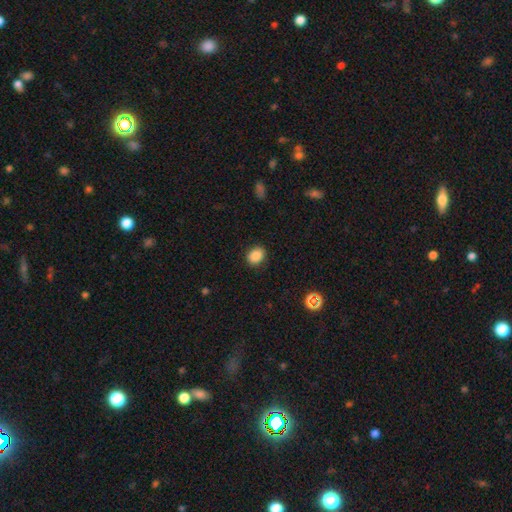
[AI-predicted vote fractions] Smooth or featured?
  - smooth: 87% *
  - star or artifact: 9%
  - featured or disk: 3%
How rounded?
  - in between: 51% *
  - round: 48%
  - cigar-shaped: 1%
Merging?
  - none: 88% *
  - minor disturbance: 8%
  - major disturbance: 2%
  - merger: 1%